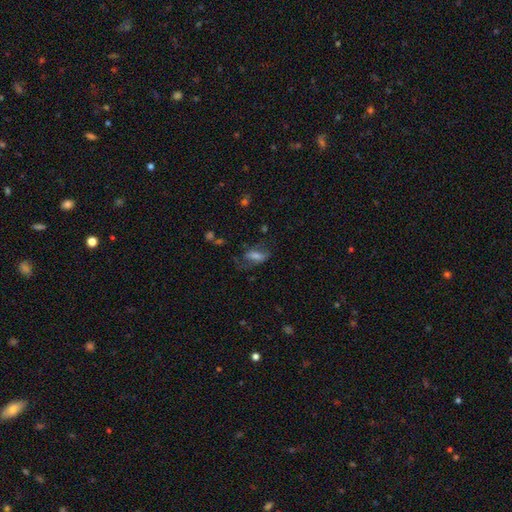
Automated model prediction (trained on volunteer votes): Smooth or featured? Predicted: smooth (p=0.47). Merging? Predicted: none (p=0.52).